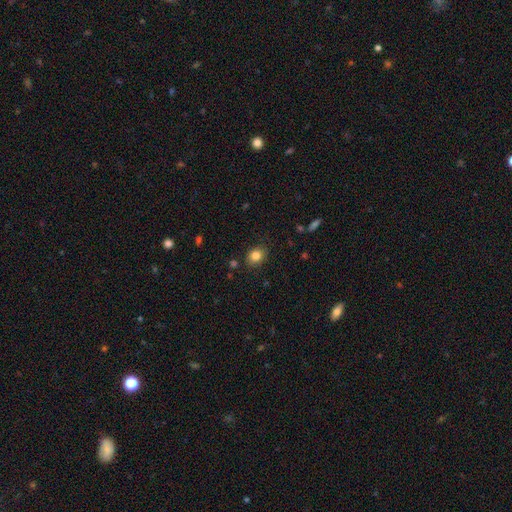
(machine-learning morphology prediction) A smooth galaxy with no disk features (83%) that is in between round and cigar-shaped (54%). Merging: none (85%).